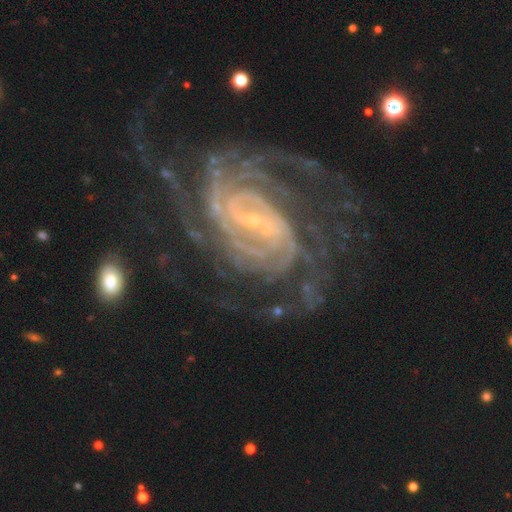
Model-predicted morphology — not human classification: featured or disk 91%, star or artifact 6%, smooth 3%. Down the decision tree: edge-on disk — no (97%); bar — weak (42%); spiral arms — yes (98%); spiral arm count — 4 (21%); spiral winding — tight (65%); bulge size — small (80%); merging — none (64%).